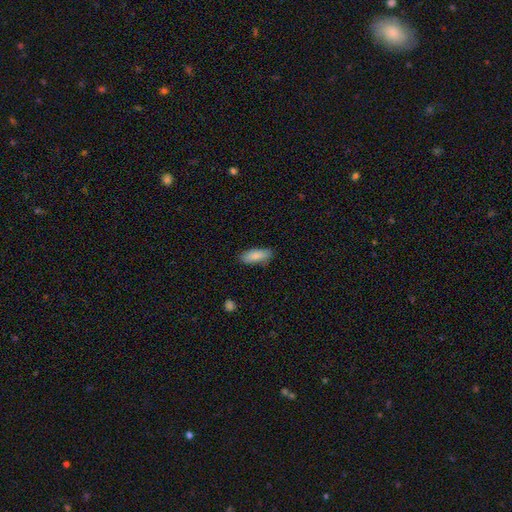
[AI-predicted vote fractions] Smooth or featured?
  - smooth: 85% *
  - featured or disk: 9%
  - star or artifact: 6%
How rounded?
  - in between: 72% *
  - cigar-shaped: 26%
  - round: 2%
Merging?
  - none: 80% *
  - minor disturbance: 15%
  - major disturbance: 3%
  - merger: 1%